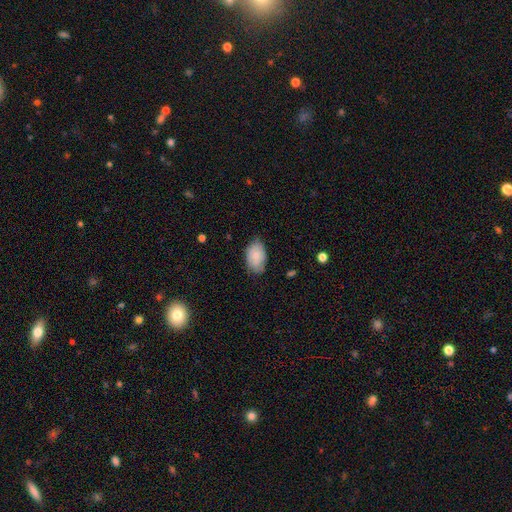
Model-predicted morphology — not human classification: Smooth or featured? smooth (79%)
How rounded? in between (92%)
Merging? none (70%)